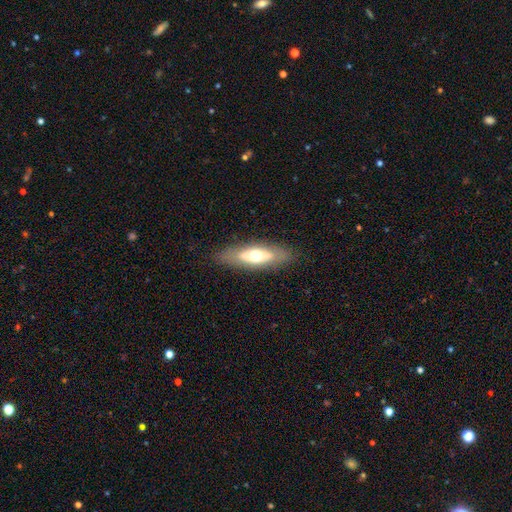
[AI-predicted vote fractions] smooth 48%, featured or disk 46%, star or artifact 6%. Down the decision tree: merging — none (82%).